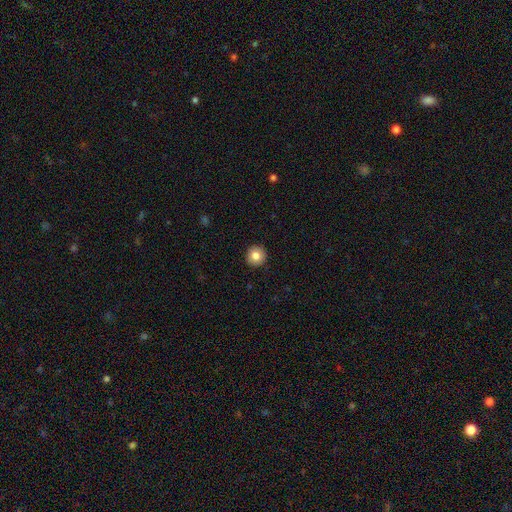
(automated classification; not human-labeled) Morphology: type=smooth (83%); roundness=round (94%); merging=none (92%).